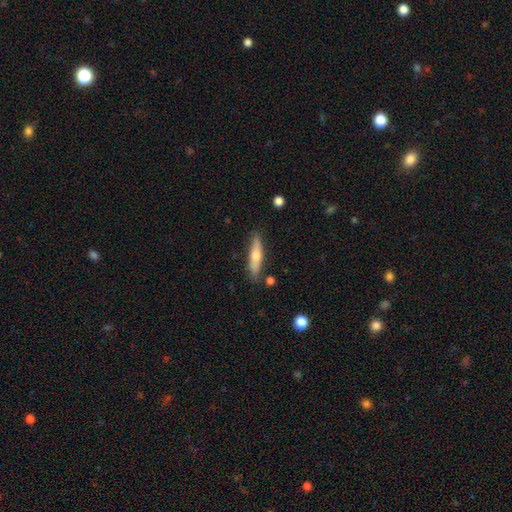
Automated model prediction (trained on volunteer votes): smooth_or_featured: smooth (p=0.50) [alt: featured or disk p=0.44]
merging: none (p=0.84) [alt: minor disturbance p=0.11]